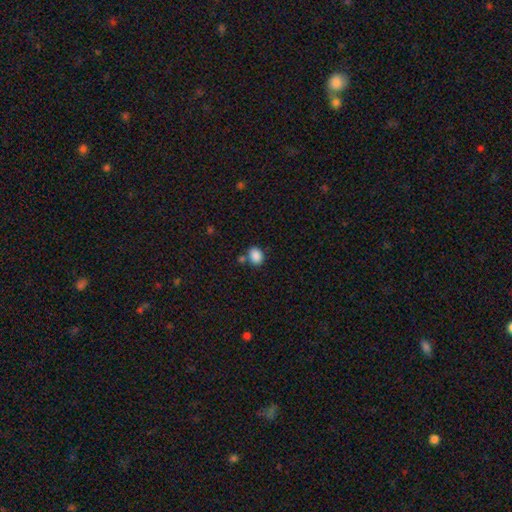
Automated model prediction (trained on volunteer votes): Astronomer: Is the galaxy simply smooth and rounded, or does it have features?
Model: smooth — 88%.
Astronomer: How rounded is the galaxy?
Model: in between — 62% (runner-up: round, 37%).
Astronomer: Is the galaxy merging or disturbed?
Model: none — 73%.